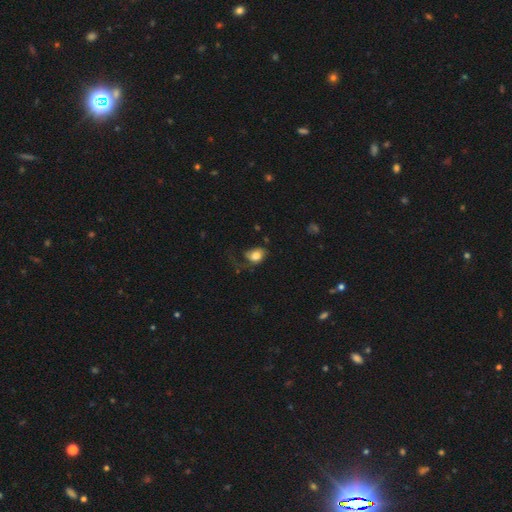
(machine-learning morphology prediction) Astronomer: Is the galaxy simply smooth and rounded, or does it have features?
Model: smooth — 71%.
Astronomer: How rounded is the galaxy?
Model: in between — 65%.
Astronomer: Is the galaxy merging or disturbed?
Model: major disturbance — 38% (runner-up: none, 35%).